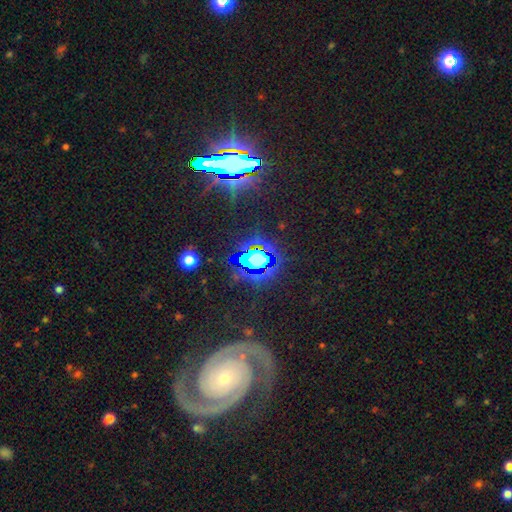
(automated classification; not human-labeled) star or artifact 65%, featured or disk 19%, smooth 17%.